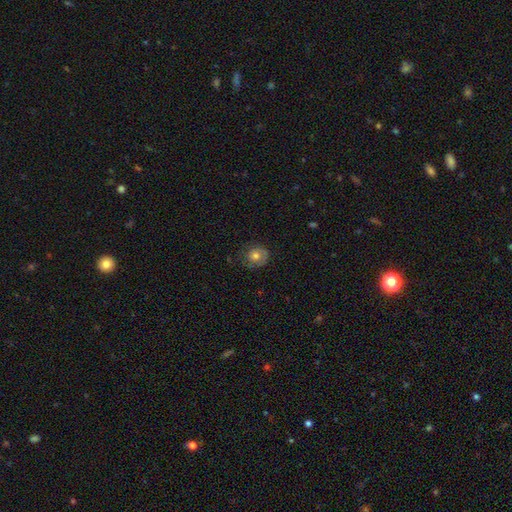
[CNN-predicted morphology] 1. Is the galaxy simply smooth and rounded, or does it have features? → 60% smooth, 32% featured or disk, 8% star or artifact.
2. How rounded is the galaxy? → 80% round, 19% in between, 1% cigar-shaped.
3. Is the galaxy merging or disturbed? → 68% none, 21% minor disturbance, 10% major disturbance, 1% merger.